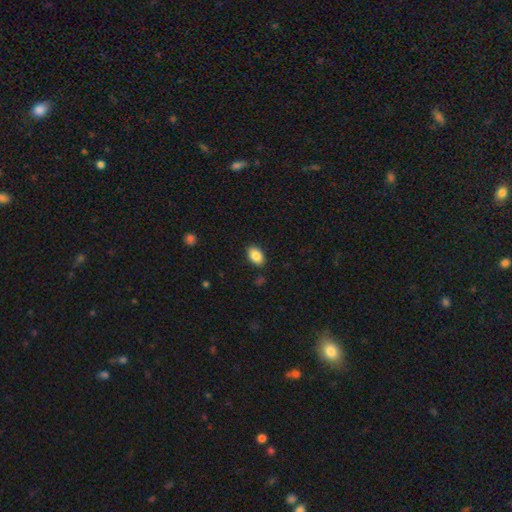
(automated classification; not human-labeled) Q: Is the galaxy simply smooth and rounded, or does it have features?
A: smooth — 86%.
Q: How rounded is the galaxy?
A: in between — 89%.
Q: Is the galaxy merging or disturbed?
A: none — 87%.